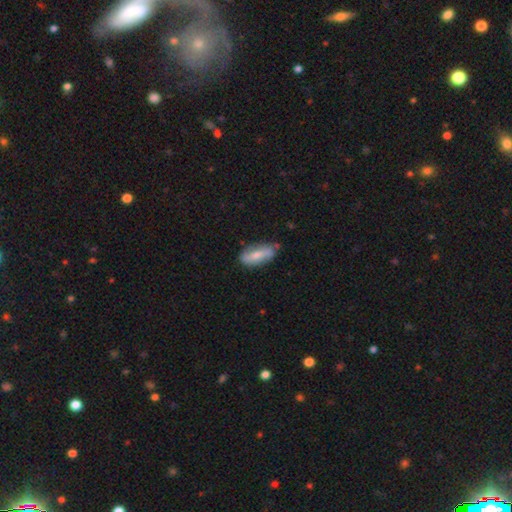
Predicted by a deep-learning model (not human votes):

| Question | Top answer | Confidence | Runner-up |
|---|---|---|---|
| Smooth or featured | smooth | 47% | featured or disk (46%) |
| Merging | none | 68% | minor disturbance (24%) |